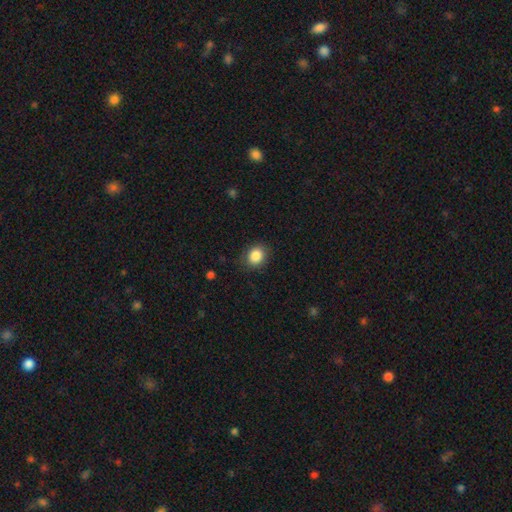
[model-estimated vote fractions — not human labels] smooth_or_featured: smooth (p=0.86) [alt: star or artifact p=0.09]
how_rounded: round (p=0.56) [alt: in between p=0.43]
merging: none (p=0.83) [alt: minor disturbance p=0.13]